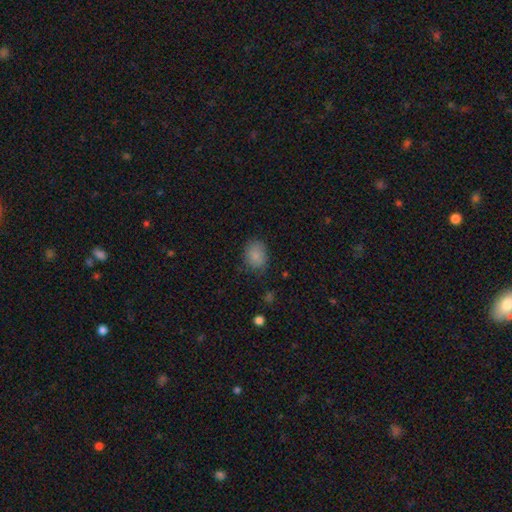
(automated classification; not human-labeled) smooth_or_featured: smooth (p=0.86) [alt: star or artifact p=0.08]
how_rounded: in between (p=0.55) [alt: round p=0.45]
merging: none (p=0.77) [alt: minor disturbance p=0.17]